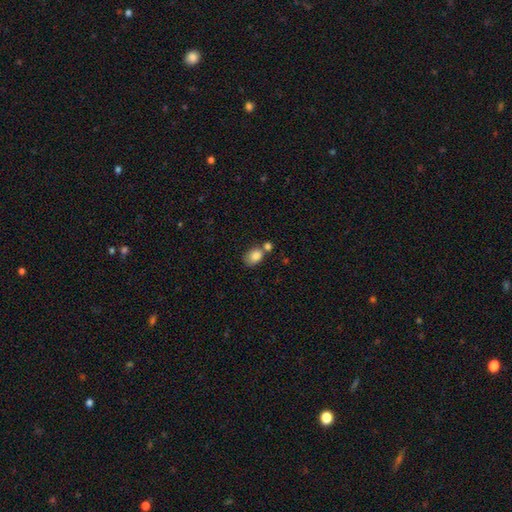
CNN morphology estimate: type=smooth (83%); roundness=in between (74%); merging=none (44%).